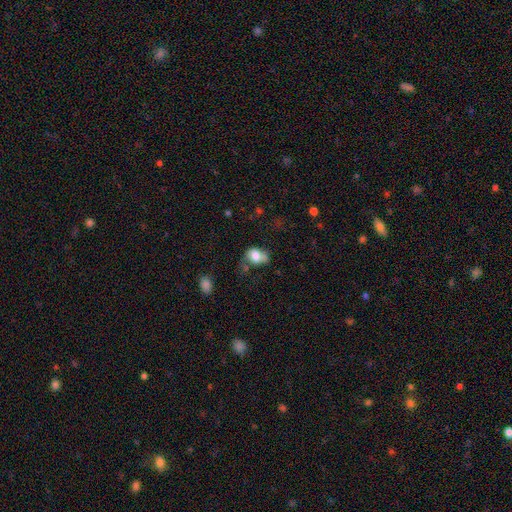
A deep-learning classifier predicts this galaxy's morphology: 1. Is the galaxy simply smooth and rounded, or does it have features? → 69% smooth, 22% featured or disk, 9% star or artifact.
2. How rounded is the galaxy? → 65% in between, 34% round, 1% cigar-shaped.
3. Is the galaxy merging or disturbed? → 33% none, 29% minor disturbance, 22% major disturbance, 16% merger.